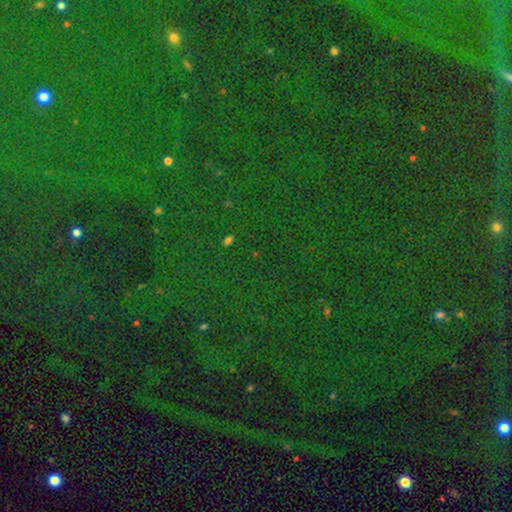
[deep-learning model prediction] Q: Smooth or featured?
A: star or artifact (83%); runner-up: smooth (10%)